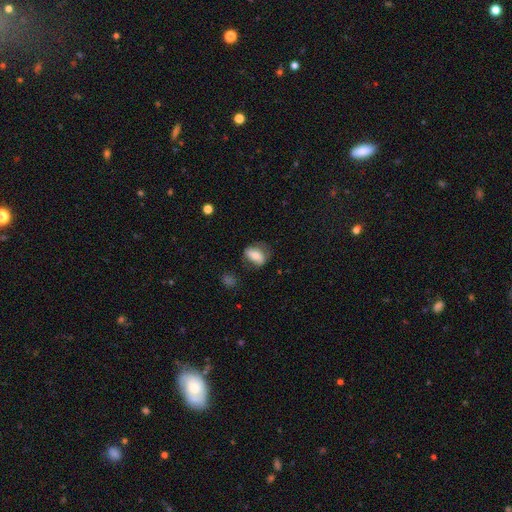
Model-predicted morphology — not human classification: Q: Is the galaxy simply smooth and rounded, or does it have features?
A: smooth — 64%.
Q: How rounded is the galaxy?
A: in between — 81%.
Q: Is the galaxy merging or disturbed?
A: none — 62%.